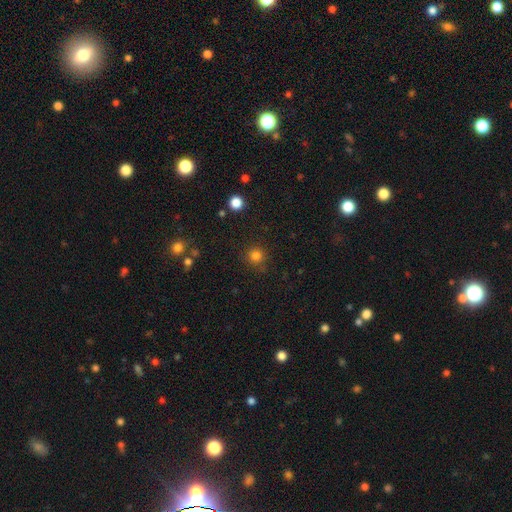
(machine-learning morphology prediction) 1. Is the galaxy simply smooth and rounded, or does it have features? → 81% smooth, 15% star or artifact, 4% featured or disk.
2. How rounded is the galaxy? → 94% round, 5% in between, 1% cigar-shaped.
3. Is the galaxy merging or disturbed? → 85% none, 9% minor disturbance, 3% major disturbance, 2% merger.